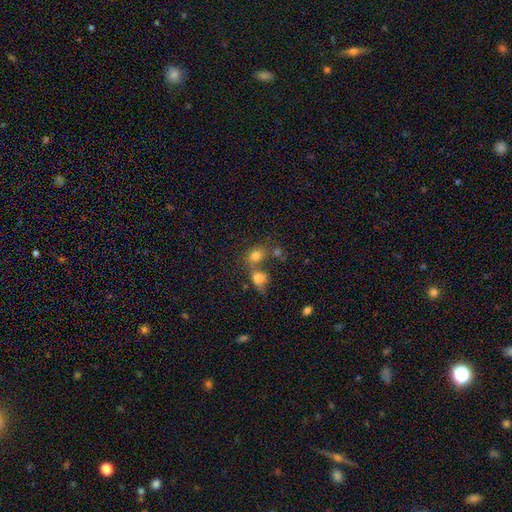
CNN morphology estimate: The model was most divided on "merging": none: 44%, merger: 41%, minor disturbance: 11%, major disturbance: 5%. More confident: smooth or featured — smooth (77%); how rounded — in between (59%).